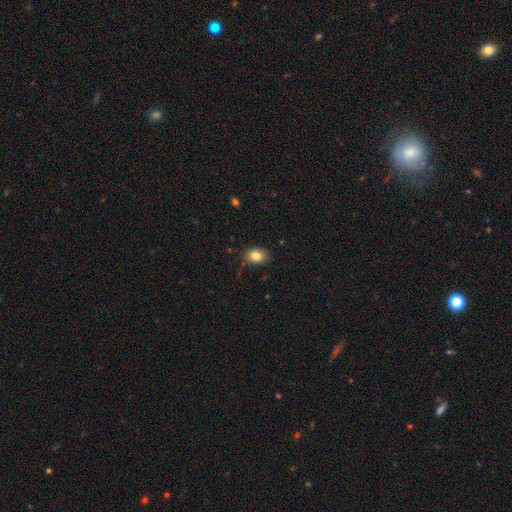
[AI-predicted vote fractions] This appears to be a smooth galaxy with no disk features (83%) that is in between round and cigar-shaped (67%). Merging: none (81%).